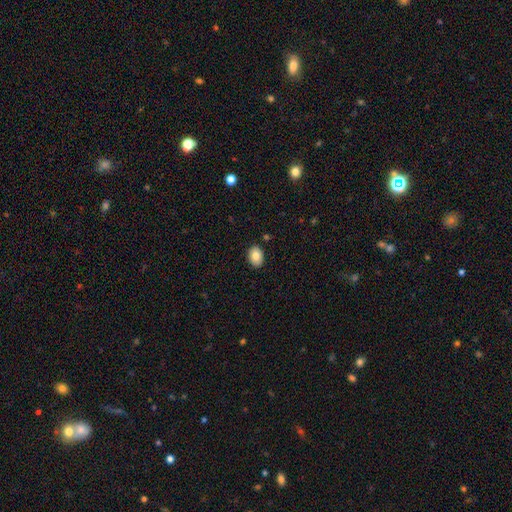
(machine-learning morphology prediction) A smooth galaxy with no disk features (81%) that is in between round and cigar-shaped (73%). Merging: none (89%).